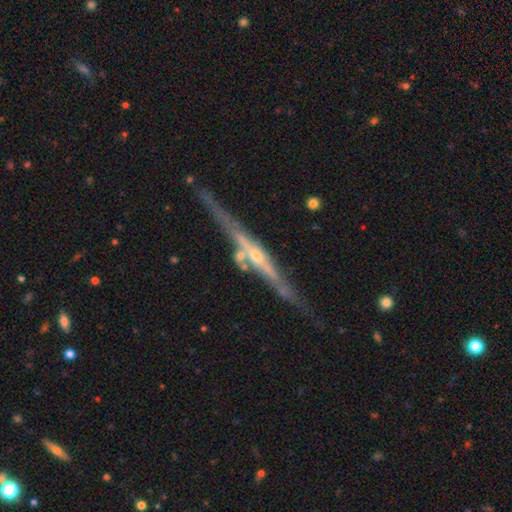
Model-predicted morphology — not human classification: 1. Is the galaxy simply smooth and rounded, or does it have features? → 84% featured or disk, 10% smooth, 6% star or artifact.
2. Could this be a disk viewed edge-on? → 96% yes, 4% no.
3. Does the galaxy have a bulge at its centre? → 80% rounded, 13% none, 7% boxy.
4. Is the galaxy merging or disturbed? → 72% none, 15% minor disturbance, 9% merger, 4% major disturbance.